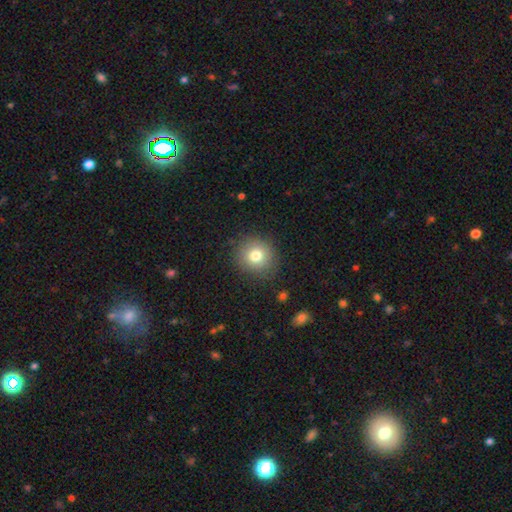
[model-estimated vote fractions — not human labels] Smooth or featured?
  - smooth: 79% *
  - star or artifact: 11%
  - featured or disk: 10%
How rounded?
  - round: 89% *
  - in between: 10%
  - cigar-shaped: 1%
Merging?
  - none: 87% *
  - minor disturbance: 9%
  - major disturbance: 3%
  - merger: 1%